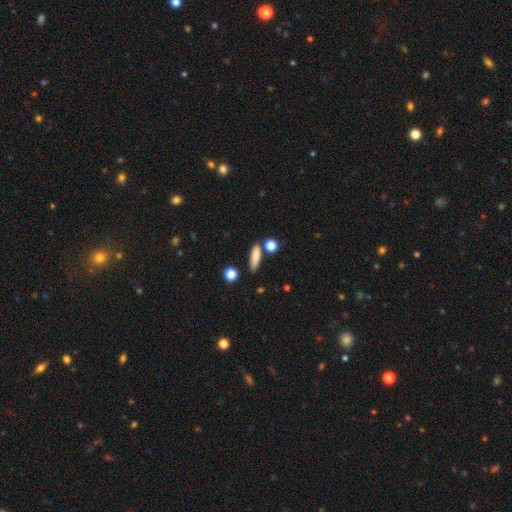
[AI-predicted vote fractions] smooth-or-featured: smooth: 82% | featured or disk: 9% | star or artifact: 9%
  how-rounded: cigar-shaped: 54% | in between: 40% | round: 6%
  merging: none: 75% | minor disturbance: 14% | merger: 7% | major disturbance: 4%